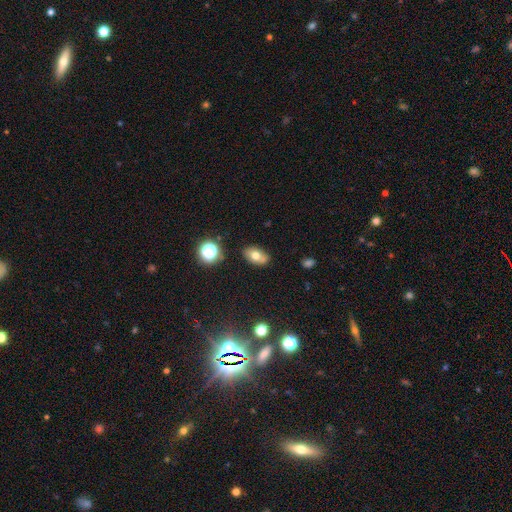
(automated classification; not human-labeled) Morphology: type=smooth (70%); roundness=in between (87%); merging=none (74%).